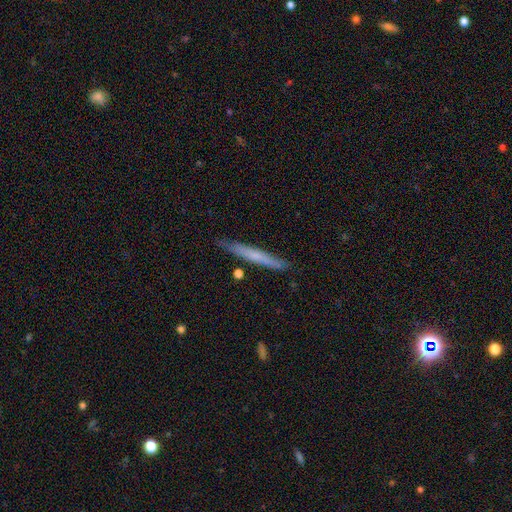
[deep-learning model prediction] Q: Smooth or featured?
A: smooth (56%); runner-up: featured or disk (39%)
Q: How rounded?
A: cigar-shaped (96%); runner-up: in between (3%)
Q: Merging?
A: none (86%); runner-up: minor disturbance (11%)